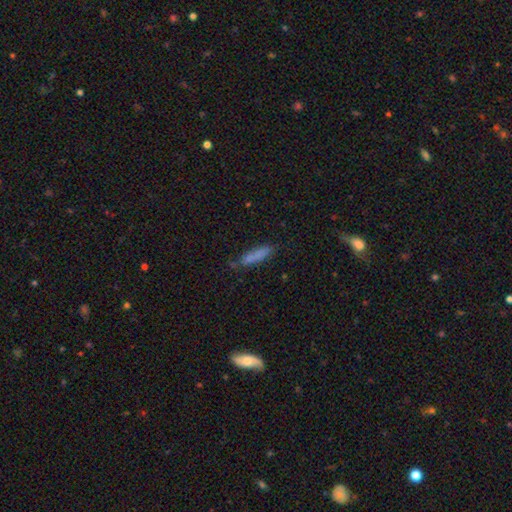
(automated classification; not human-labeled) A smooth galaxy with no disk features (78%) that is cigar-shaped (82%). Merging: none (72%).